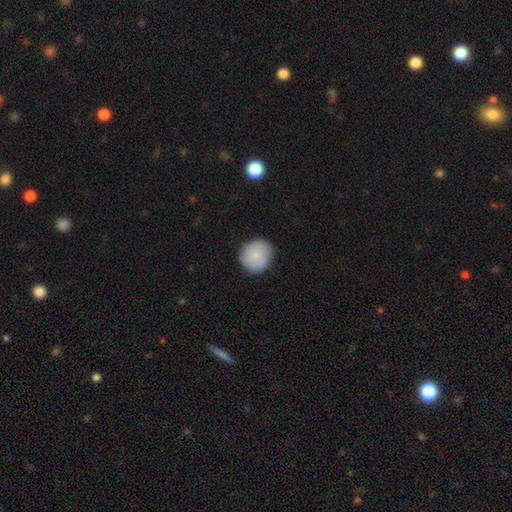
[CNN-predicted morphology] Smooth or featured? Predicted: smooth (p=0.83). How rounded? Predicted: round (p=0.89). Merging? Predicted: none (p=0.81).